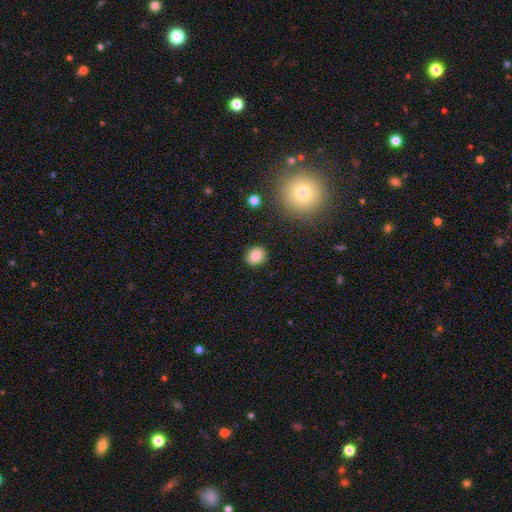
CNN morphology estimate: A smooth galaxy with no disk features (83%) that is round (68%). Merging: none (88%).